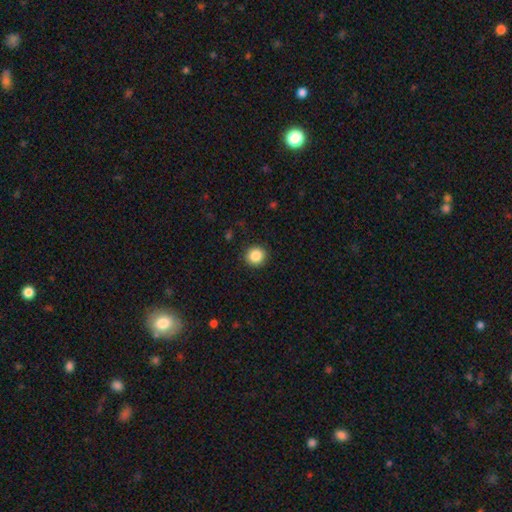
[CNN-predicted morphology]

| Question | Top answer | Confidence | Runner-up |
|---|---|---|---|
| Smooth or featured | smooth | 86% | star or artifact (9%) |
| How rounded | round | 92% | in between (7%) |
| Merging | none | 91% | minor disturbance (6%) |